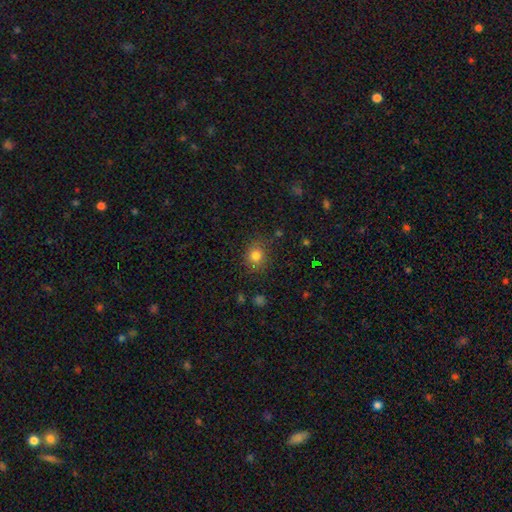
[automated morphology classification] Q: Smooth or featured?
A: smooth (80%); runner-up: star or artifact (13%)
Q: How rounded?
A: round (75%); runner-up: in between (24%)
Q: Merging?
A: none (80%); runner-up: minor disturbance (14%)